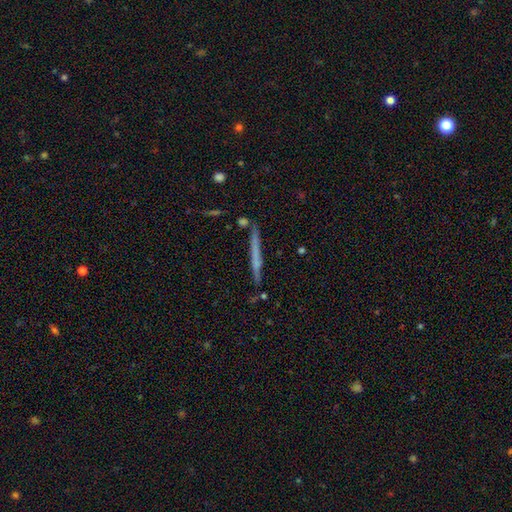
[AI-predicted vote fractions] Smooth or featured?
  - featured or disk: 51% *
  - smooth: 42%
  - star or artifact: 8%
Edge-on disk?
  - yes: 96% *
  - no: 4%
Merging?
  - none: 85% *
  - minor disturbance: 10%
  - merger: 3%
  - major disturbance: 2%